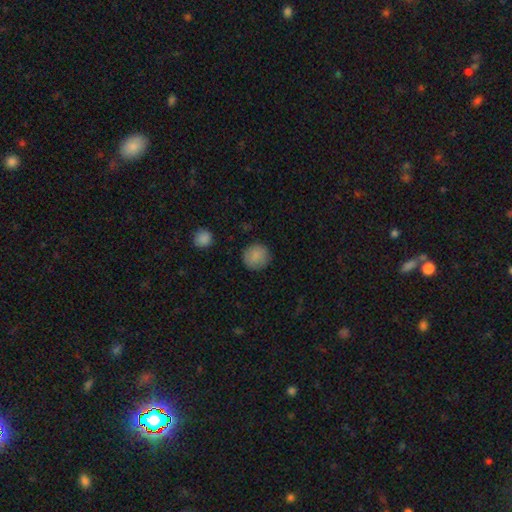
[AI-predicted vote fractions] Smooth or featured? smooth (85%)
How rounded? round (93%)
Merging? none (87%)